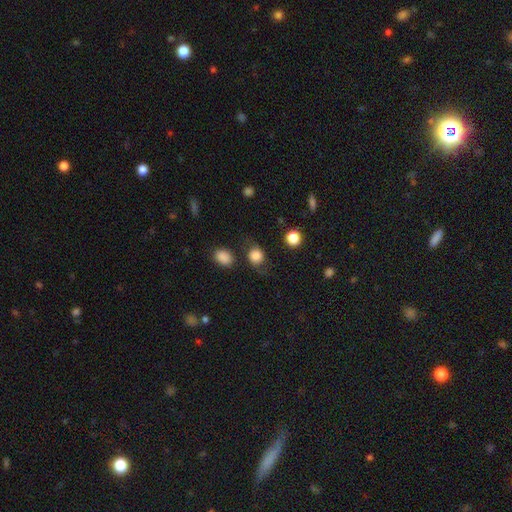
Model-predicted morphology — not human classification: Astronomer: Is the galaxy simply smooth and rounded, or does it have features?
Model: smooth — 79%.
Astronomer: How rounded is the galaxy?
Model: round — 76%.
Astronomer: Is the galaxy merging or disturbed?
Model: none — 66%.